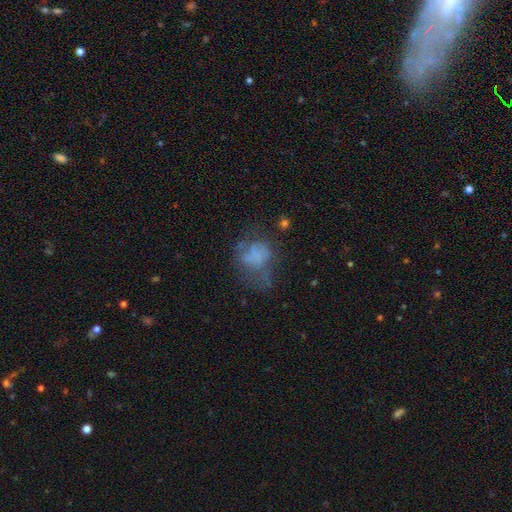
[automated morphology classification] Smooth or featured: smooth — 48% (featured or disk — 37%)
Merging: major disturbance — 38% (none — 33%)